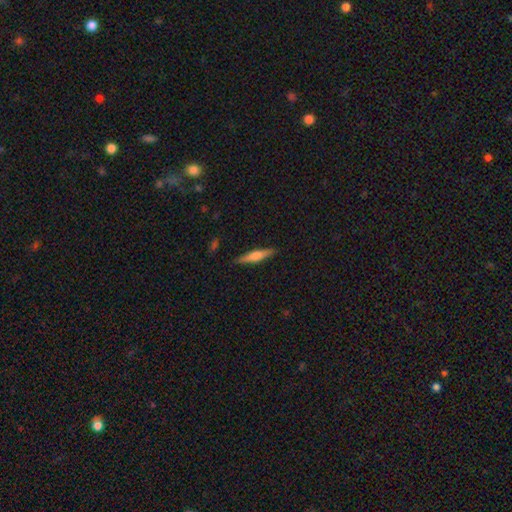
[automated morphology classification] Smooth or featured: smooth — 53% (featured or disk — 41%)
How rounded: cigar-shaped — 87% (in between — 11%)
Merging: none — 89% (minor disturbance — 8%)